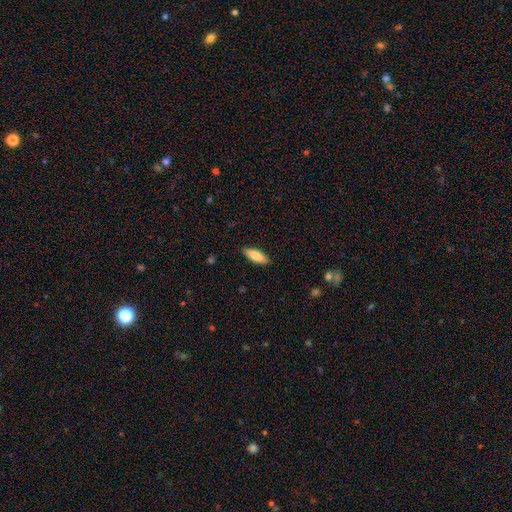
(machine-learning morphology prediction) Smooth or featured? Predicted: smooth (p=0.79). How rounded? Predicted: in between (p=0.65). Merging? Predicted: none (p=0.88).